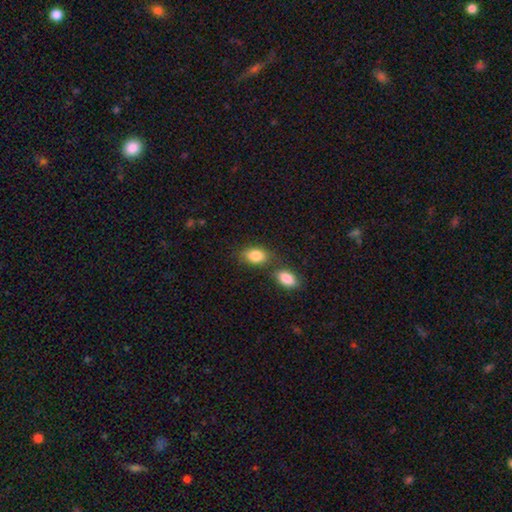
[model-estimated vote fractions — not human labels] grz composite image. It shows a smooth galaxy with no disk features (85%) that is in between round and cigar-shaped (87%). Merging: none (56%).